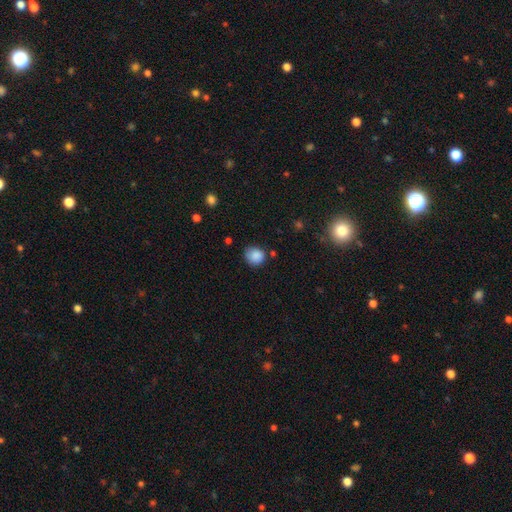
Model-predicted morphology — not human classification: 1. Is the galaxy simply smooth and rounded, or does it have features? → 85% smooth, 10% star or artifact, 5% featured or disk.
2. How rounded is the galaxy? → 78% round, 21% in between, 1% cigar-shaped.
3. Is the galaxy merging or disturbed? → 65% none, 26% minor disturbance, 6% major disturbance, 4% merger.